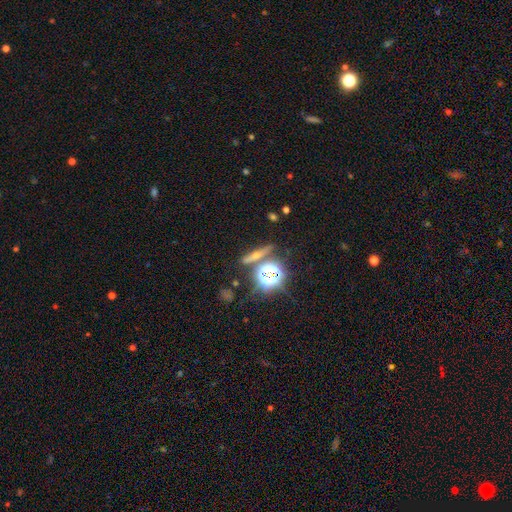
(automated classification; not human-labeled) A featured or disk galaxy (37%). Merging: none (80%).